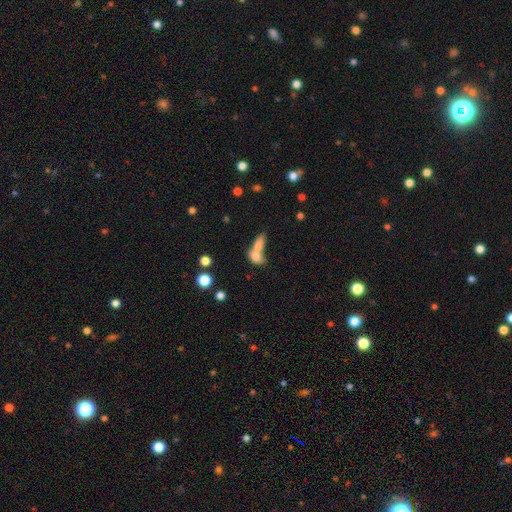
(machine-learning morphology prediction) type=smooth (73%); roundness=in between (70%); merging=merger (70%).